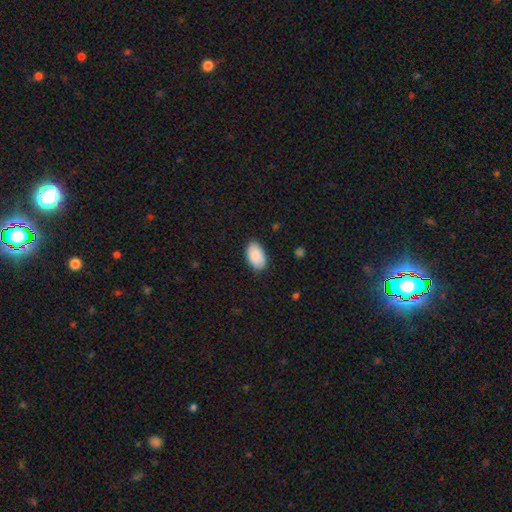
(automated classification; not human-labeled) A smooth galaxy with no disk features (88%) that is in between round and cigar-shaped (94%).

Vote fractions:
- Smooth or featured? smooth: 88% / featured or disk: 6% / star or artifact: 6%
- How rounded? in between: 94% / round: 5% / cigar-shaped: 1%
- Merging? none: 85% / minor disturbance: 12% / major disturbance: 2% / merger: 1%